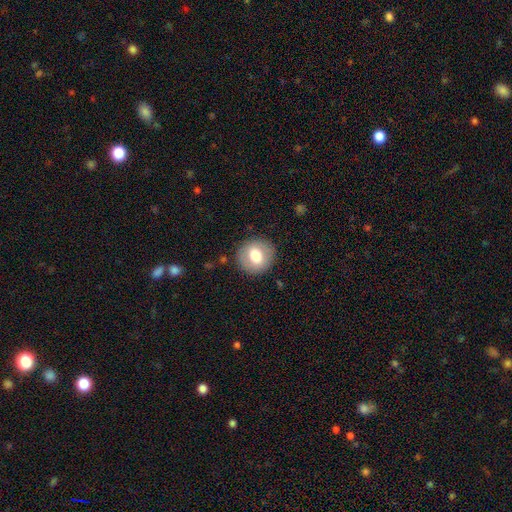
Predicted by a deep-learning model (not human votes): This is likely a smooth galaxy (70%). How rounded: clearly round (87%). Merging: clearly none (88%).